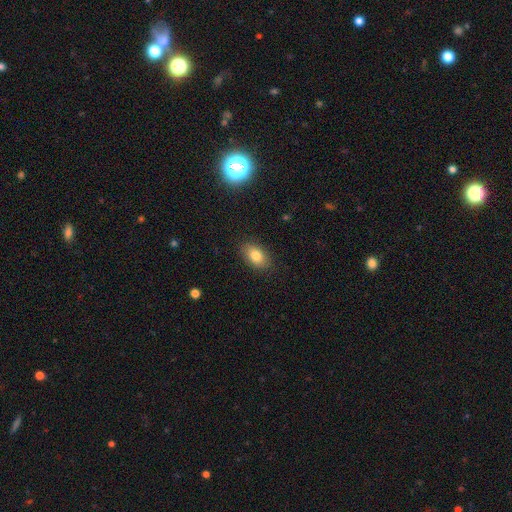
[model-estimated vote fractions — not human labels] A smooth galaxy with no disk features (82%) that is in between round and cigar-shaped (89%).

Vote fractions:
- Smooth or featured? smooth: 82% / featured or disk: 9% / star or artifact: 8%
- How rounded? in between: 89% / round: 9% / cigar-shaped: 2%
- Merging? none: 86% / minor disturbance: 10% / major disturbance: 3% / merger: 1%